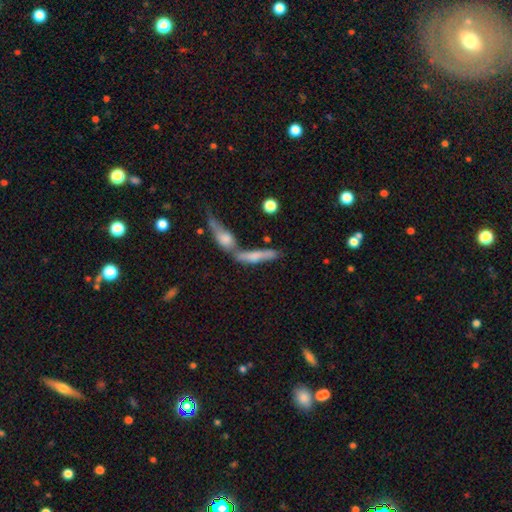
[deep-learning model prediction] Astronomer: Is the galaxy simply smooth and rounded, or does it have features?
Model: smooth — 60%.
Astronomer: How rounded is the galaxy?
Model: cigar-shaped — 72%.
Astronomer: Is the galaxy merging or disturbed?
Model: merger — 52% (runner-up: none, 30%).